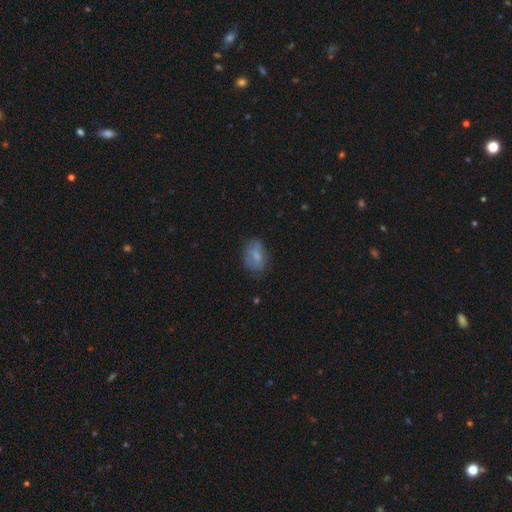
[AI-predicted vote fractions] smooth-or-featured: smooth: 72% | featured or disk: 19% | star or artifact: 8%
  how-rounded: in between: 83% | round: 15% | cigar-shaped: 2%
  merging: none: 67% | minor disturbance: 24% | major disturbance: 8% | merger: 2%